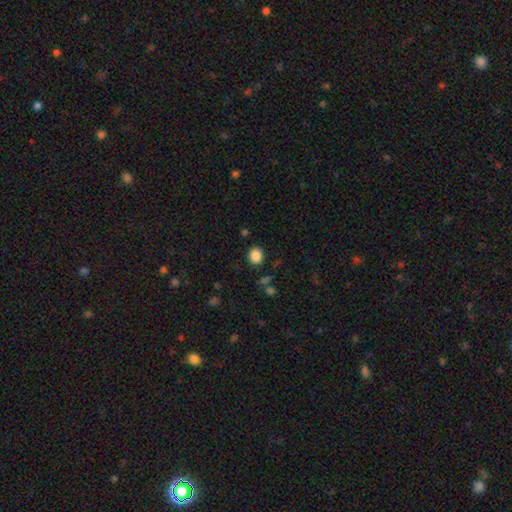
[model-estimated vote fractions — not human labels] smooth 86%, star or artifact 10%, featured or disk 4%. Down the decision tree: how rounded — round (71%); merging — none (88%).